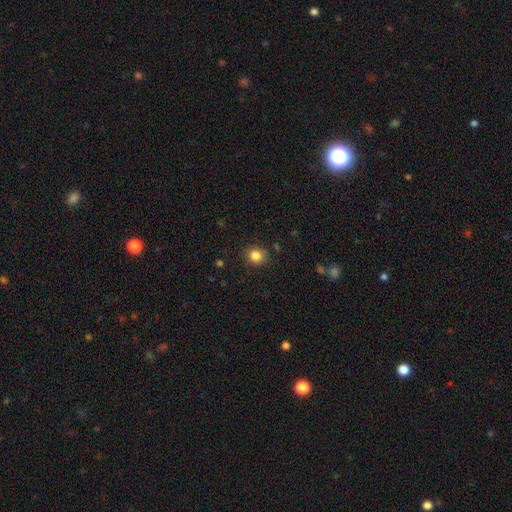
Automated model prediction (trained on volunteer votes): A smooth galaxy with no disk features (84%) that is round (81%).

Vote fractions:
- Smooth or featured? smooth: 84% / star or artifact: 11% / featured or disk: 5%
- How rounded? round: 81% / in between: 18% / cigar-shaped: 1%
- Merging? none: 89% / minor disturbance: 8% / major disturbance: 2% / merger: 1%